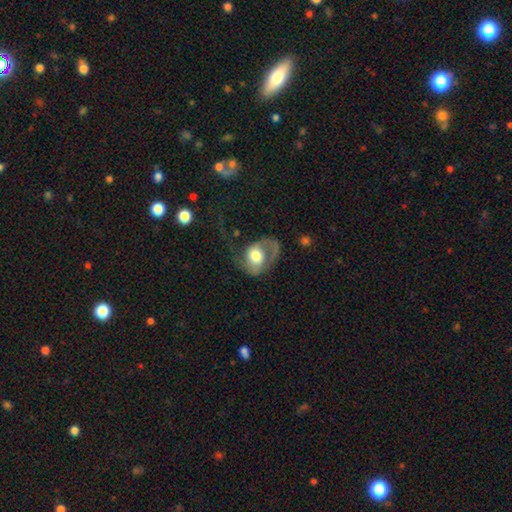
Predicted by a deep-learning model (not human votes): Overall: featured or disk (57%; smooth 36%). Edge-on disk: no (97%). Bar: no (71%). Spiral arms: yes (76%). Bulge size: moderate (43%, tied with large). Merging: major disturbance (45%; none 32%).